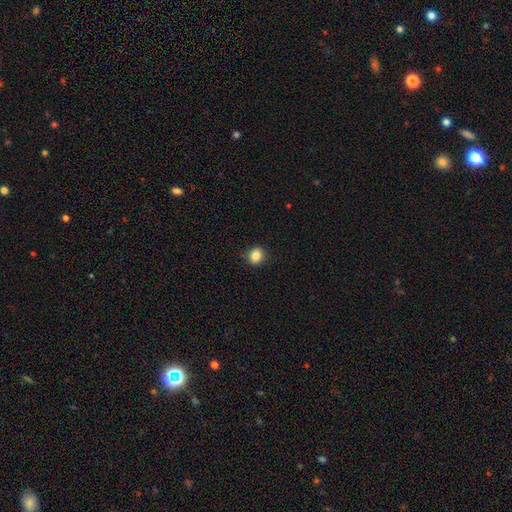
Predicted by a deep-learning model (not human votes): smooth-or-featured: smooth: 86% | star or artifact: 10% | featured or disk: 4%
  how-rounded: round: 76% | in between: 23% | cigar-shaped: 1%
  merging: none: 88% | minor disturbance: 8% | major disturbance: 2% | merger: 1%